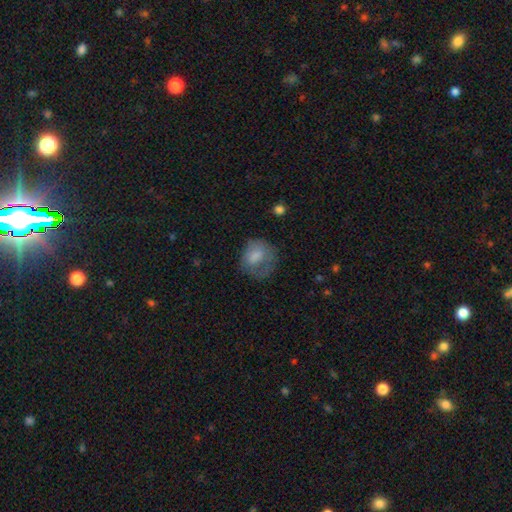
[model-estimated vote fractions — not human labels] Smooth or featured?
  - smooth: 71% *
  - featured or disk: 21%
  - star or artifact: 9%
How rounded?
  - round: 62% *
  - in between: 37%
  - cigar-shaped: 1%
Merging?
  - none: 44% *
  - major disturbance: 28%
  - minor disturbance: 26%
  - merger: 2%